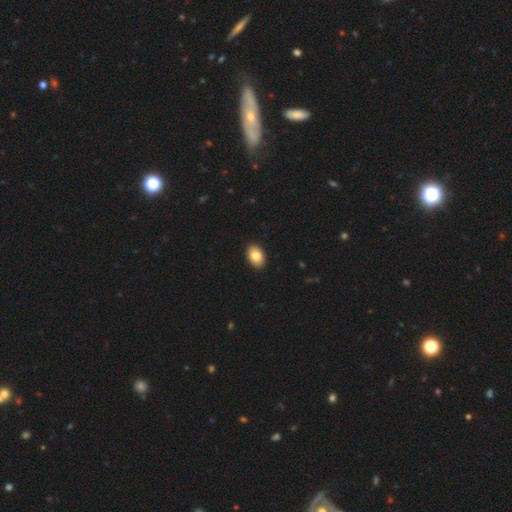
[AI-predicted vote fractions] Morphology: type=smooth (84%); roundness=in between (85%); merging=none (92%).